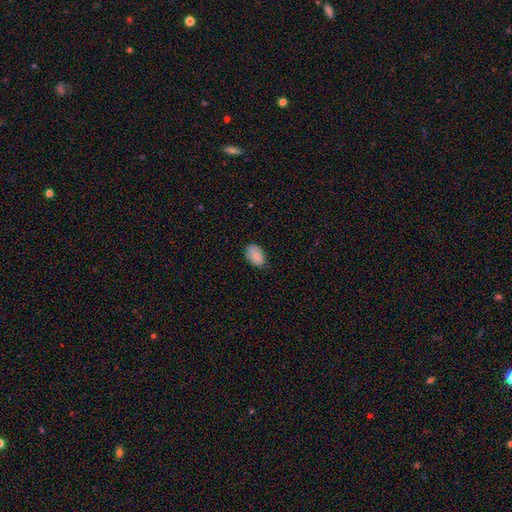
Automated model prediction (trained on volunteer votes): Smooth or featured? Predicted: smooth (p=0.84). How rounded? Predicted: in between (p=0.88). Merging? Predicted: none (p=0.72).